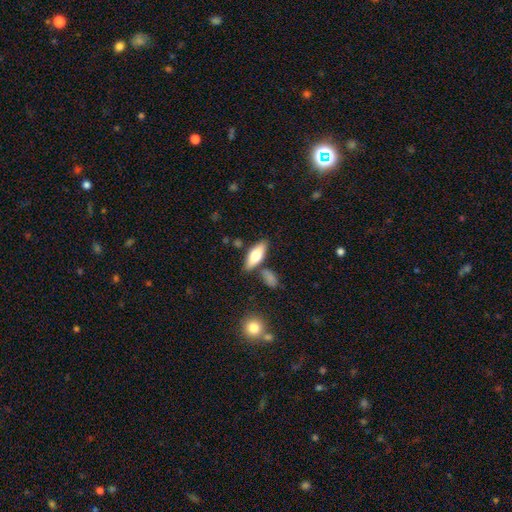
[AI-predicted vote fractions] smooth 65%, featured or disk 28%, star or artifact 6%. Down the decision tree: how rounded — in between (70%); merging — none (75%).